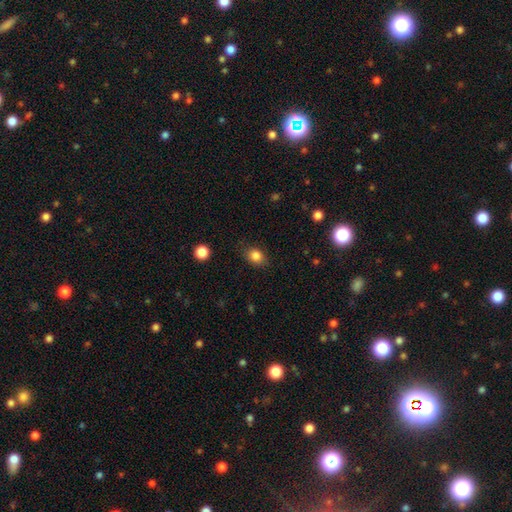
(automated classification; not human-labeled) Smooth or featured? Predicted: smooth (p=0.84). How rounded? Predicted: in between (p=0.62). Merging? Predicted: none (p=0.83).